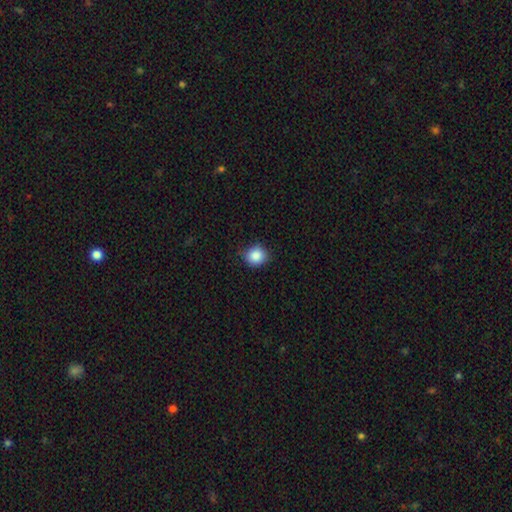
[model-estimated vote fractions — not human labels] smooth 87%, star or artifact 9%, featured or disk 3%. Down the decision tree: how rounded — round (84%); merging — none (83%).